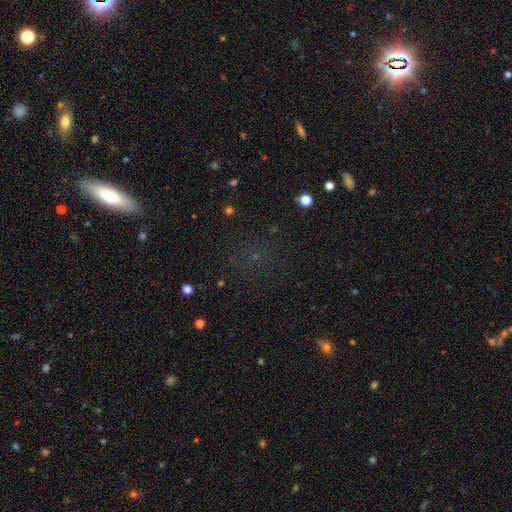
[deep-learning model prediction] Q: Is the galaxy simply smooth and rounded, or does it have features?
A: star or artifact — 45%.